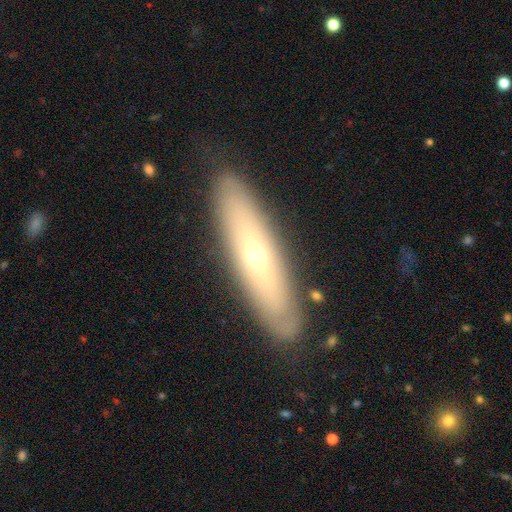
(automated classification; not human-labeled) smooth-or-featured: featured or disk: 50% | smooth: 43% | star or artifact: 7%
  disk-edge-on: yes: 54% | no: 46%
  merging: none: 86% | minor disturbance: 10% | major disturbance: 3% | merger: 1%